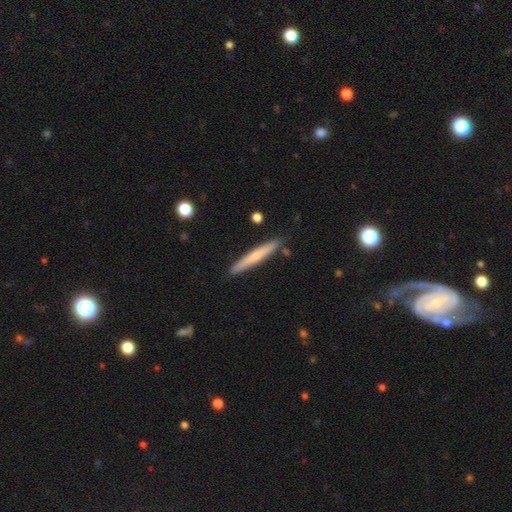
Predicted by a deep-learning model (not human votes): smooth_or_featured: smooth (p=0.58) [alt: featured or disk p=0.37]
how_rounded: cigar-shaped (p=0.96) [alt: in between p=0.03]
merging: none (p=0.88) [alt: minor disturbance p=0.08]